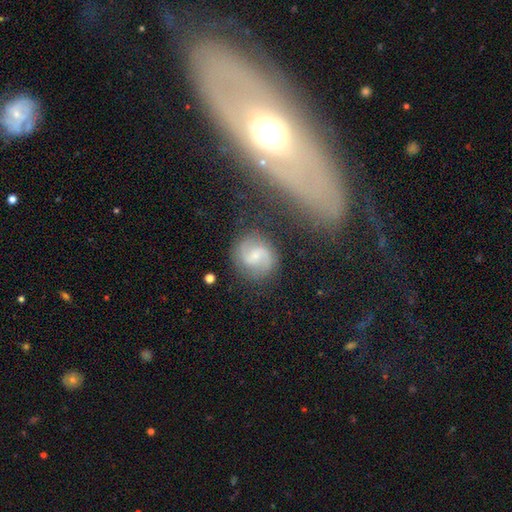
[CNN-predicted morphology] smooth-or-featured: featured or disk: 70% | smooth: 23% | star or artifact: 8%
  disk-edge-on: no: 98% | yes: 2%
    bar: weak: 54% | no: 30% | strong: 16%
    has-spiral-arms: yes: 93% | no: 7%
      spiral-winding: medium: 46% | loose: 38% | tight: 16%
      spiral-arm-count: 2: 90% | can't tell: 5% | 1: 2% | 3: 1% | 4: 1% | more than 4: 1%
    bulge-size: small: 53% | moderate: 31% | none: 12% | large: 3% | dominant: 1%
  merging: none: 79% | minor disturbance: 13% | major disturbance: 5% | merger: 4%